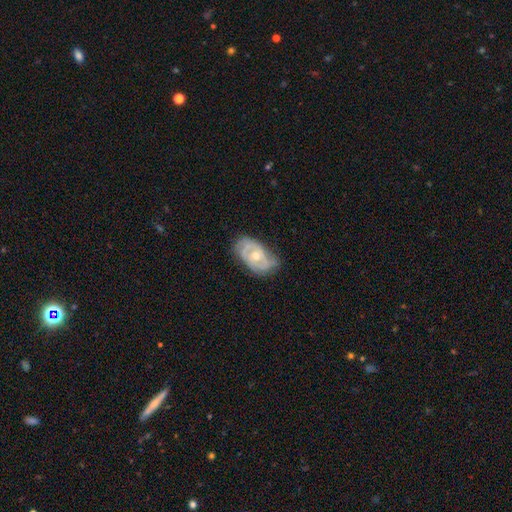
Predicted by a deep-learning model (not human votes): smooth-or-featured: featured or disk: 75% | smooth: 19% | star or artifact: 6%
  disk-edge-on: no: 95% | yes: 5%
    bar: no: 72% | weak: 23% | strong: 5%
    has-spiral-arms: yes: 80% | no: 20%
      spiral-winding: tight: 54% | medium: 34% | loose: 12%
      spiral-arm-count: 2: 47% | can't tell: 31% | 3: 12% | 1: 5% | 4: 3% | more than 4: 2%
    bulge-size: moderate: 64% | small: 32% | large: 2% | none: 1% | dominant: 1%
  merging: none: 64% | minor disturbance: 26% | major disturbance: 8% | merger: 1%